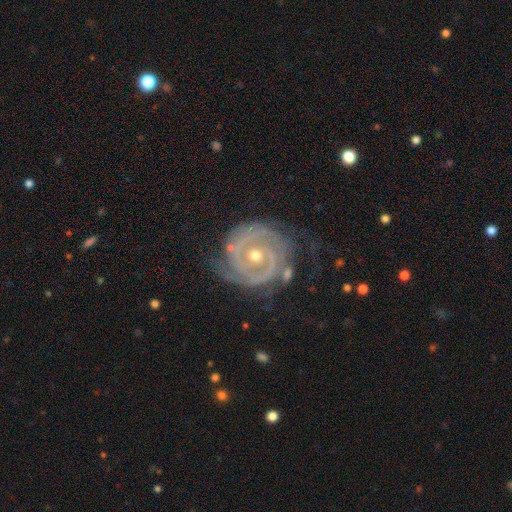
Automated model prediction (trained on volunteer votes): A featured or disk galaxy (90%) with no bar (71%), 2 (61%) tight (78%) spiral arms (96%) and a moderate central bulge (58%). Merging: none (67%).